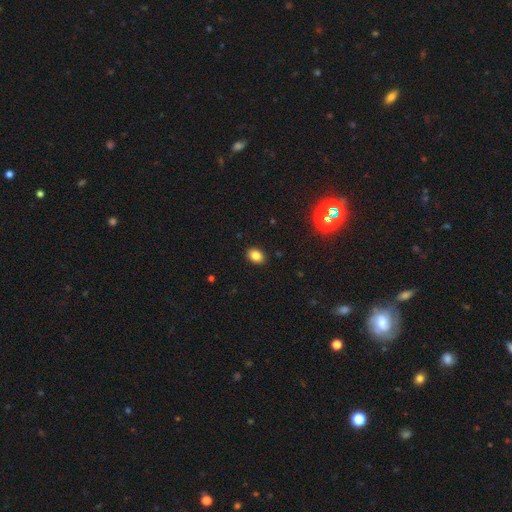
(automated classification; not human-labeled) Smooth or featured? Predicted: smooth (p=0.84). How rounded? Predicted: in between (p=0.74). Merging? Predicted: none (p=0.90).